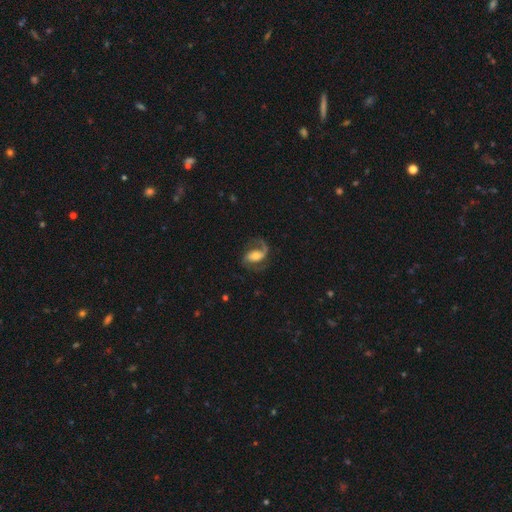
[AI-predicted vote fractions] featured or disk 83%, smooth 12%, star or artifact 6%. Down the decision tree: edge-on disk — no (97%); bar — weak (37%); spiral arms — yes (95%); spiral arm count — 2 (82%); spiral winding — medium (50%); bulge size — moderate (55%); merging — none (68%).